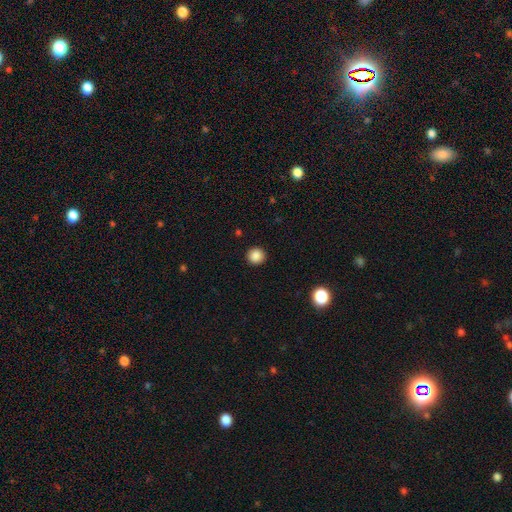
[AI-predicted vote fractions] smooth 87%, star or artifact 10%, featured or disk 3%. Down the decision tree: how rounded — round (94%); merging — none (92%).